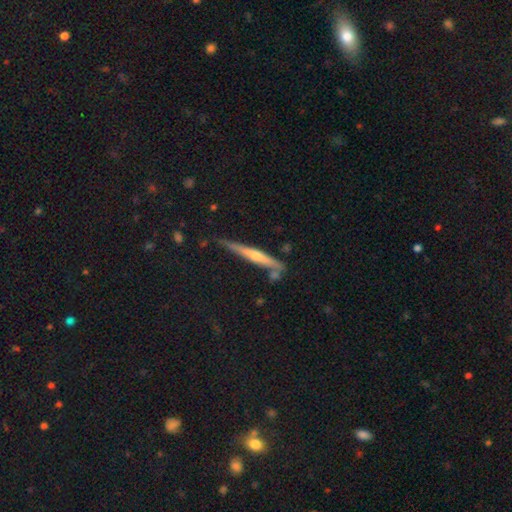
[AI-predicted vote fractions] featured or disk 64%, smooth 29%, star or artifact 7%. Down the decision tree: edge-on disk — yes (95%); edge-on bulge — rounded (76%); merging — none (73%).